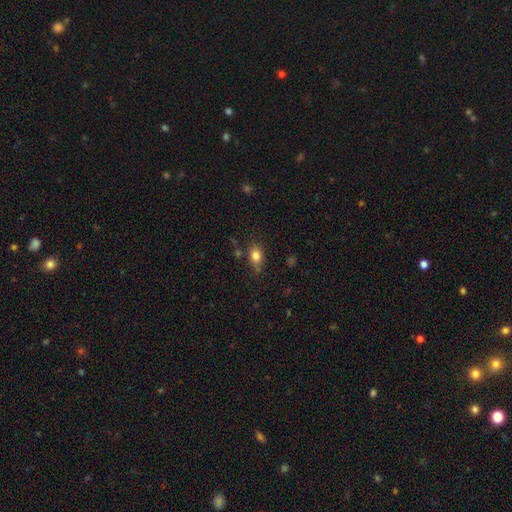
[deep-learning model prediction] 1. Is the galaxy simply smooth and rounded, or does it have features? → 81% smooth, 10% star or artifact, 9% featured or disk.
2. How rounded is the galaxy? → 66% in between, 31% round, 3% cigar-shaped.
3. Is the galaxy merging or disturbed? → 70% none, 20% minor disturbance, 5% major disturbance, 4% merger.